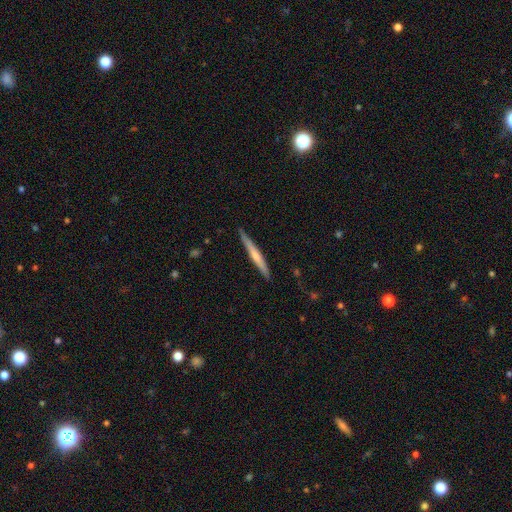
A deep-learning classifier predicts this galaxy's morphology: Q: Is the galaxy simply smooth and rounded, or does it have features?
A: featured or disk — 48%.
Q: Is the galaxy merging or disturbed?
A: none — 88%.